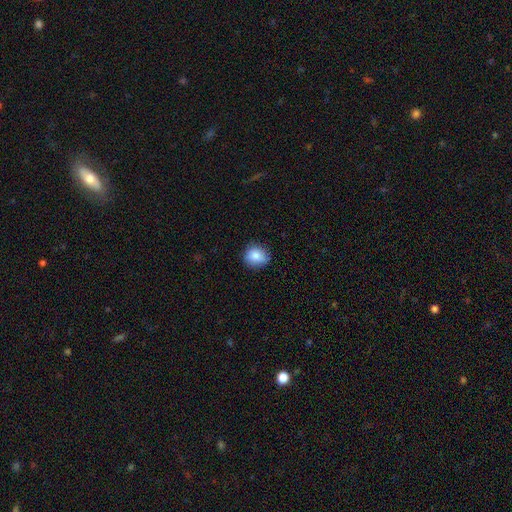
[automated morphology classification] Smooth or featured: smooth — 84% (star or artifact — 8%)
How rounded: round — 77% (in between — 22%)
Merging: none — 81% (minor disturbance — 15%)